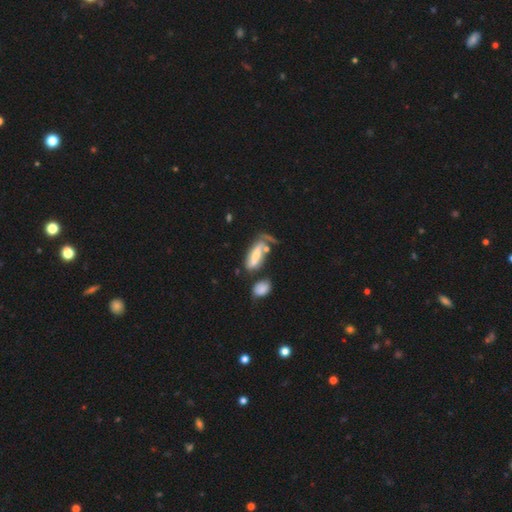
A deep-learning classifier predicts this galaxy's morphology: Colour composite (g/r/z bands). It shows a featured or disk galaxy (48%). Merging: none (33%).